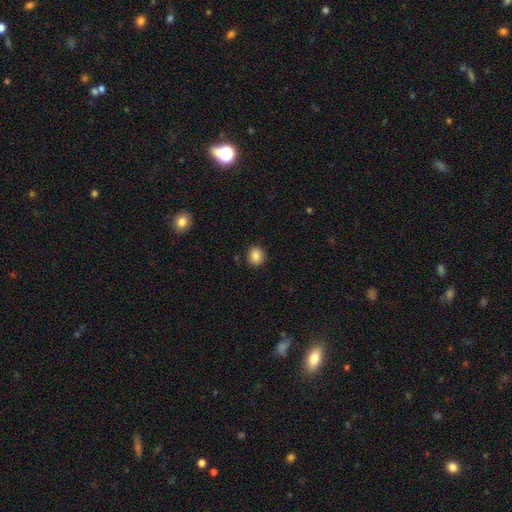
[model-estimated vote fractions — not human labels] smooth_or_featured: smooth (p=0.85) [alt: star or artifact p=0.10]
how_rounded: round (p=0.85) [alt: in between p=0.14]
merging: none (p=0.90) [alt: minor disturbance p=0.07]